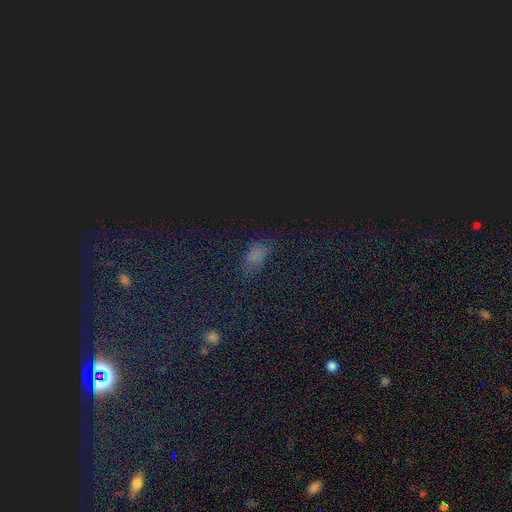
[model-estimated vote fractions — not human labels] Morphology: type=smooth (52%); roundness=in between (78%); merging=none (61%).